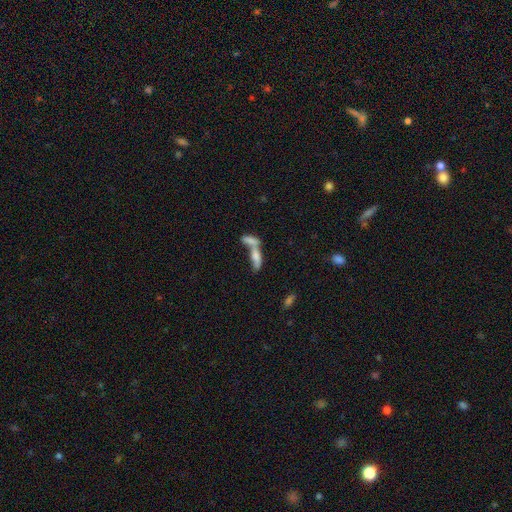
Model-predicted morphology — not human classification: This is likely a smooth galaxy (63%). How rounded: possibly in between (51%). Merging: likely merger (69%).